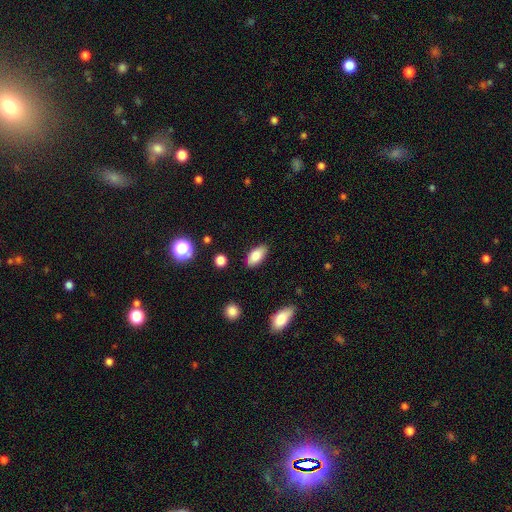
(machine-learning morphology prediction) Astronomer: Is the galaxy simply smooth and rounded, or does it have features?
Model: smooth — 81%.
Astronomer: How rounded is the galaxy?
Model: in between — 90%.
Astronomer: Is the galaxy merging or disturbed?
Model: none — 86%.